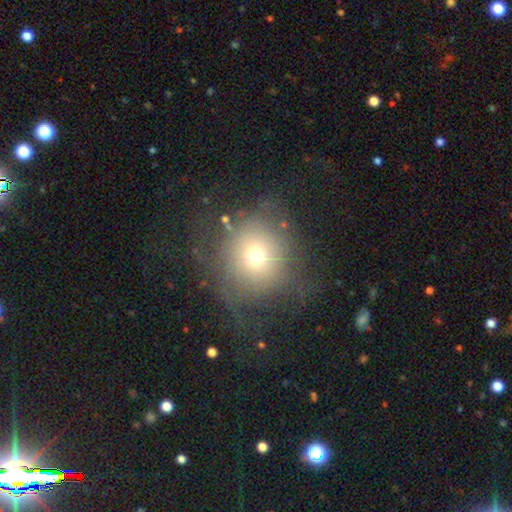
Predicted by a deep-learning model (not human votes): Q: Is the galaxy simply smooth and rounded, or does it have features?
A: smooth — 62%.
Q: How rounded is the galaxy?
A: round — 86%.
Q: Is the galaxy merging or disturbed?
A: none — 56%.